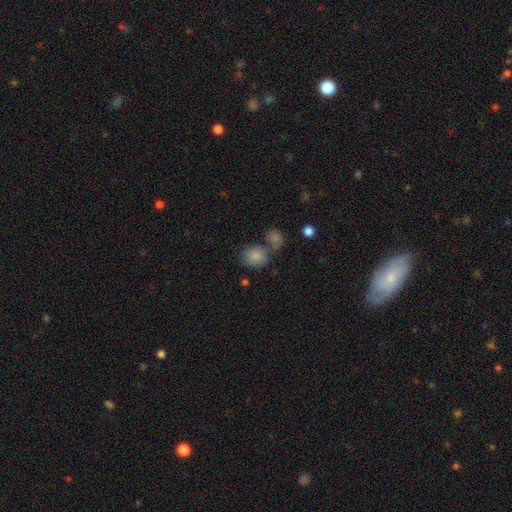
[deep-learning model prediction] smooth-or-featured: smooth: 83% | star or artifact: 9% | featured or disk: 8%
  how-rounded: round: 68% | in between: 31% | cigar-shaped: 1%
  merging: none: 48% | merger: 34% | minor disturbance: 13% | major disturbance: 5%